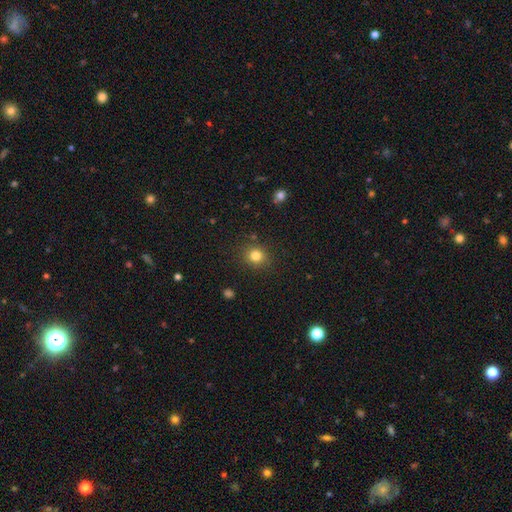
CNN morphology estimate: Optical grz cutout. It shows a smooth galaxy with no disk features (81%) that is round (82%). Merging: none (87%).